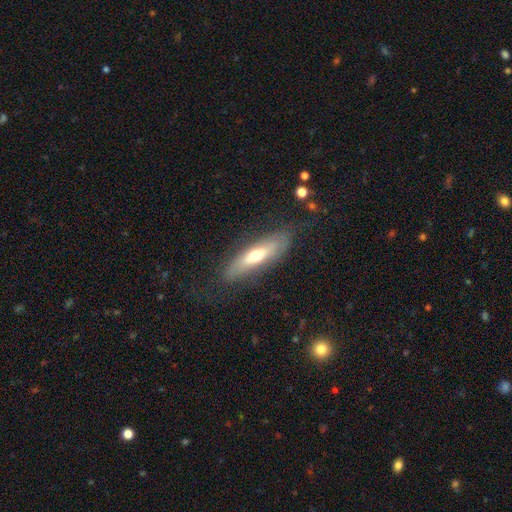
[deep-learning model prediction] smooth-or-featured: smooth: 50% | featured or disk: 43% | star or artifact: 6%
  how-rounded: cigar-shaped: 67% | in between: 31% | round: 2%
  merging: none: 77% | minor disturbance: 16% | major disturbance: 5% | merger: 1%